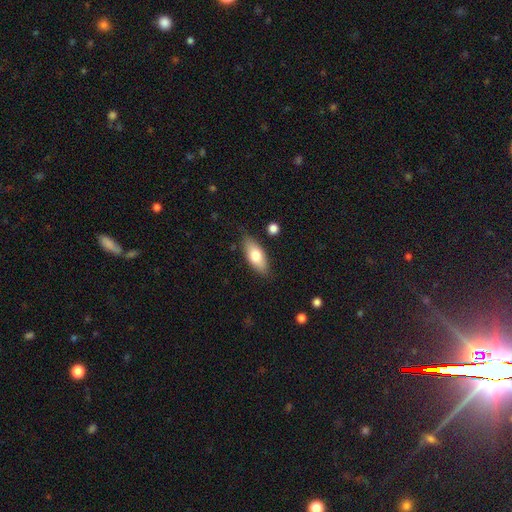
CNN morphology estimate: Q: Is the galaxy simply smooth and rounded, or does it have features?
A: smooth — 72%.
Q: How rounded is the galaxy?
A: in between — 81%.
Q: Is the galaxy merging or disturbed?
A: none — 81%.